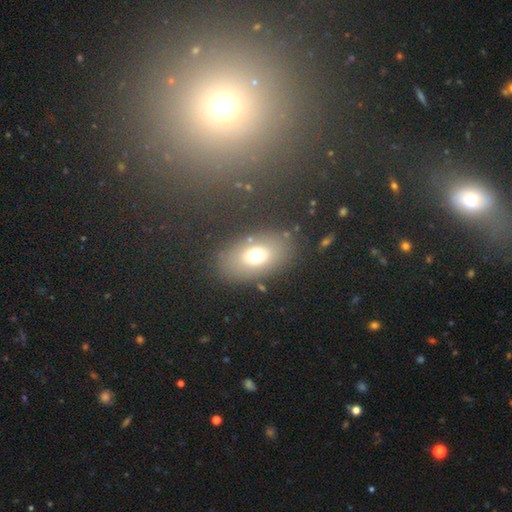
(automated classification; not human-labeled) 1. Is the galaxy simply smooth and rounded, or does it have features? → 68% smooth, 19% featured or disk, 13% star or artifact.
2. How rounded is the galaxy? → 81% in between, 17% round, 2% cigar-shaped.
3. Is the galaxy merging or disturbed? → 78% none, 11% minor disturbance, 7% major disturbance, 4% merger.